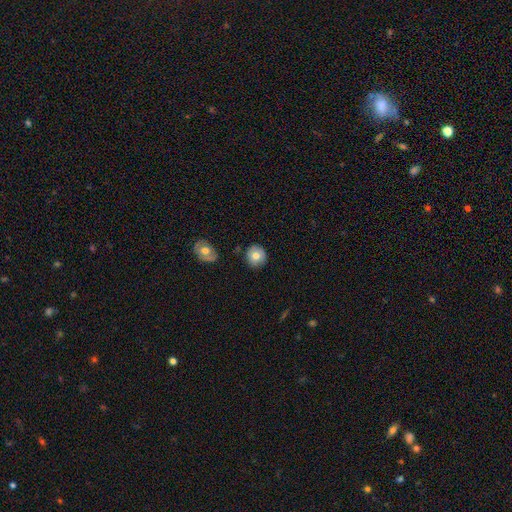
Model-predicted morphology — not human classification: type=smooth (73%); roundness=round (88%); merging=none (83%).